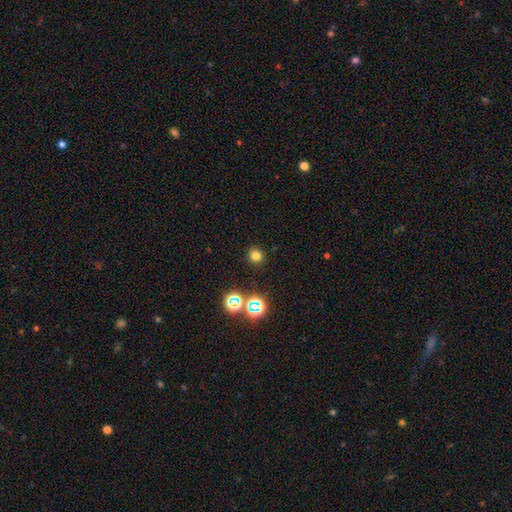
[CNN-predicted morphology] Q: Smooth or featured?
A: smooth (74%); runner-up: star or artifact (21%)
Q: How rounded?
A: round (87%); runner-up: in between (12%)
Q: Merging?
A: none (90%); runner-up: minor disturbance (6%)